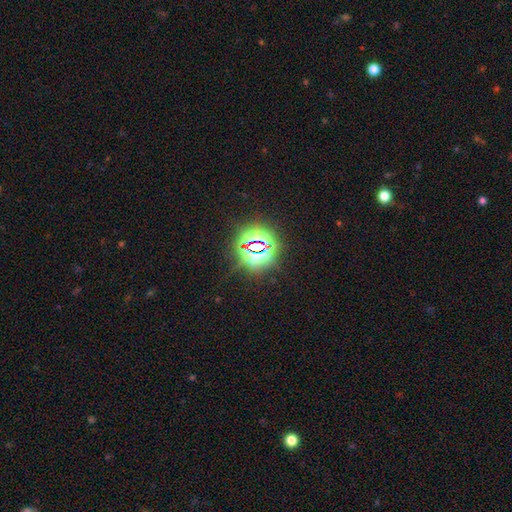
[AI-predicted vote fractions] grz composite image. It shows a star or artifact, not a galaxy (78%).